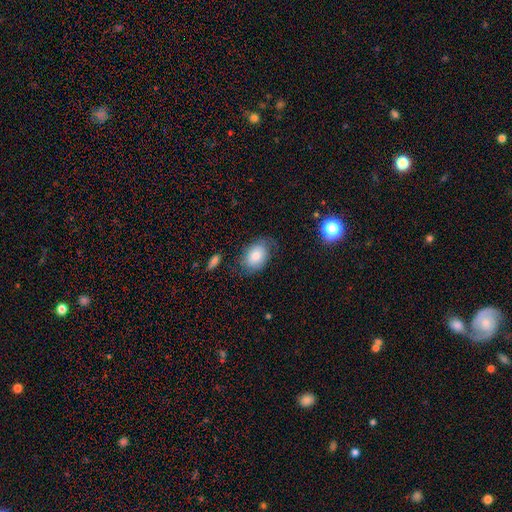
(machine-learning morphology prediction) A smooth galaxy with no disk features (76%) that is in between round and cigar-shaped (84%). Merging: none (62%).